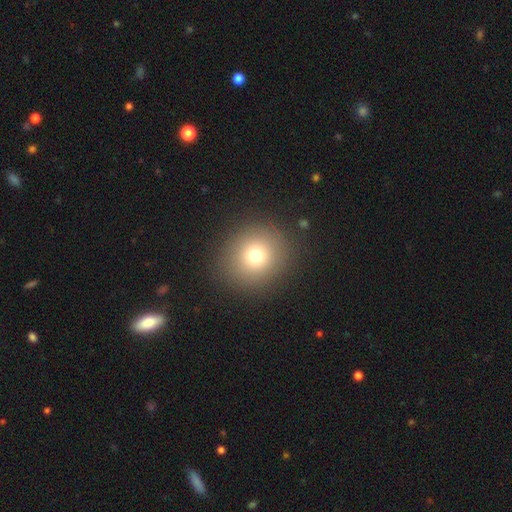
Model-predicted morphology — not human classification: Smooth or featured?
  - smooth: 75% *
  - star or artifact: 14%
  - featured or disk: 11%
How rounded?
  - round: 85% *
  - in between: 14%
  - cigar-shaped: 1%
Merging?
  - none: 89% *
  - minor disturbance: 7%
  - major disturbance: 3%
  - merger: 1%